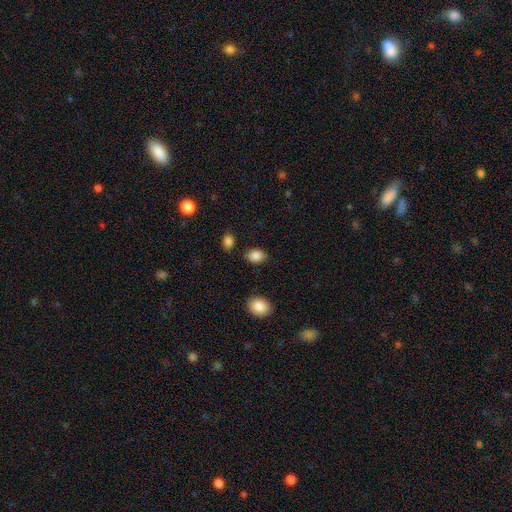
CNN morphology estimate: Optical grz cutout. It shows a smooth galaxy with no disk features (87%) that is in between round and cigar-shaped (74%). Merging: none (82%).